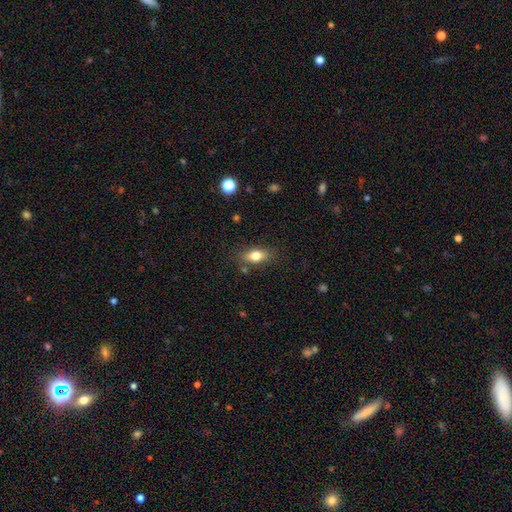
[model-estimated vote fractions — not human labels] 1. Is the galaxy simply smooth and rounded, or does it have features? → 73% smooth, 19% featured or disk, 8% star or artifact.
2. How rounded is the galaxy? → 77% in between, 14% cigar-shaped, 9% round.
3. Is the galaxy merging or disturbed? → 80% none, 14% minor disturbance, 3% major disturbance, 3% merger.